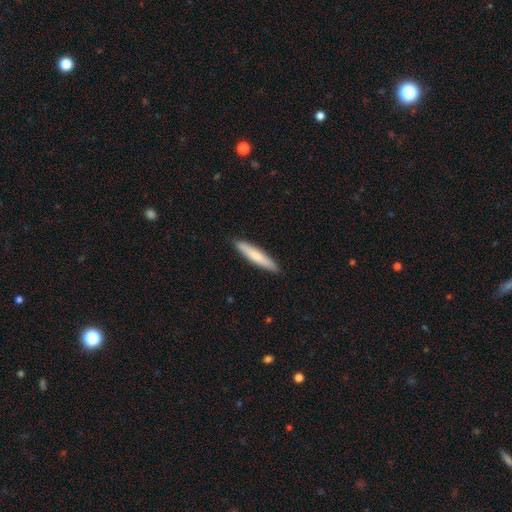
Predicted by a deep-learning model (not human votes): Smooth or featured?
  - smooth: 74% *
  - featured or disk: 20%
  - star or artifact: 5%
How rounded?
  - cigar-shaped: 91% *
  - in between: 8%
  - round: 1%
Merging?
  - none: 90% *
  - minor disturbance: 8%
  - major disturbance: 1%
  - merger: 1%